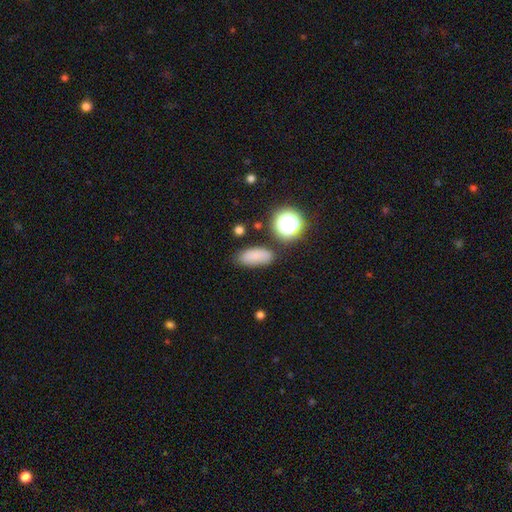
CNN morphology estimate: A smooth galaxy with no disk features (79%) that is in between round and cigar-shaped (83%). Merging: none (76%).